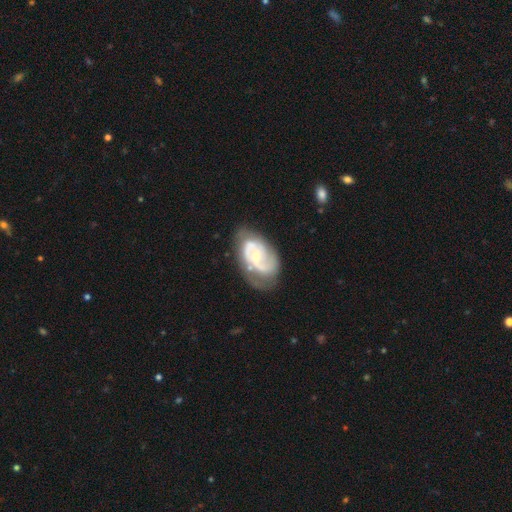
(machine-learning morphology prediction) This is likely a featured or disk galaxy (80%). It is clearly not viewed edge-on (97%). Bar: possibly no (51%). Spiral arm pattern: clearly yes (90%). Spiral arm count: possibly 2 (59%). Spiral winding: marginally medium (43%). Central bulge: possibly small (59%). Merging: possibly none (56%).